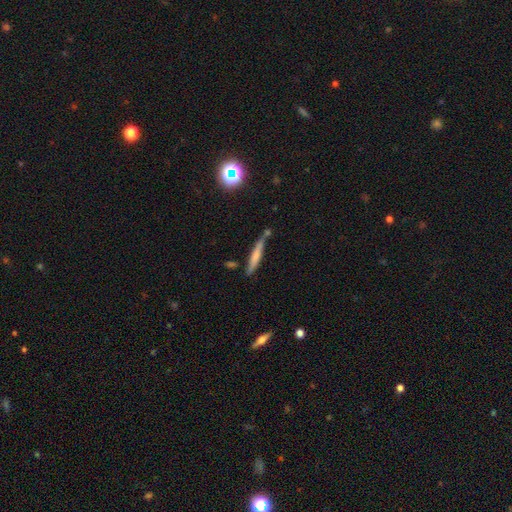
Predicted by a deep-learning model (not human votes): Morphology: type=smooth (59%); roundness=cigar-shaped (92%); merging=none (59%).